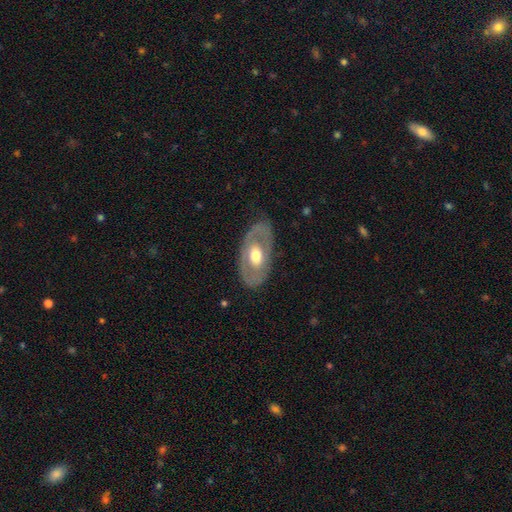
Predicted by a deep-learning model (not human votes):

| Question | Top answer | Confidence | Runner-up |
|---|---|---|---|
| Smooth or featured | featured or disk | 60% | smooth (36%) |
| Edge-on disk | no | 88% | yes (12%) |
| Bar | no | 75% | weak (18%) |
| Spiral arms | no | 75% | yes (25%) |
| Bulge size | moderate | 68% | large (21%) |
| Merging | none | 77% | minor disturbance (15%) |